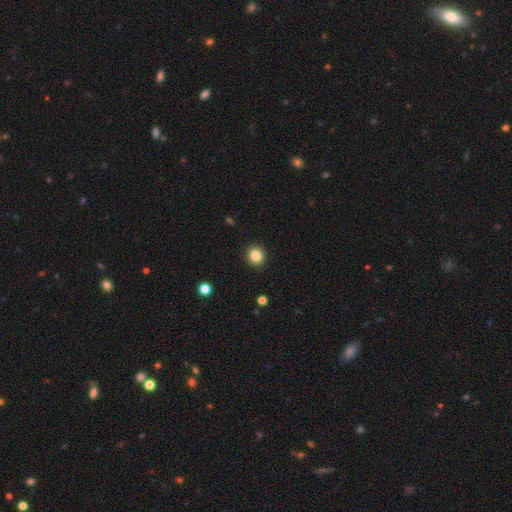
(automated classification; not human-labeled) smooth 85%, star or artifact 10%, featured or disk 5%. Down the decision tree: how rounded — round (88%); merging — none (92%).